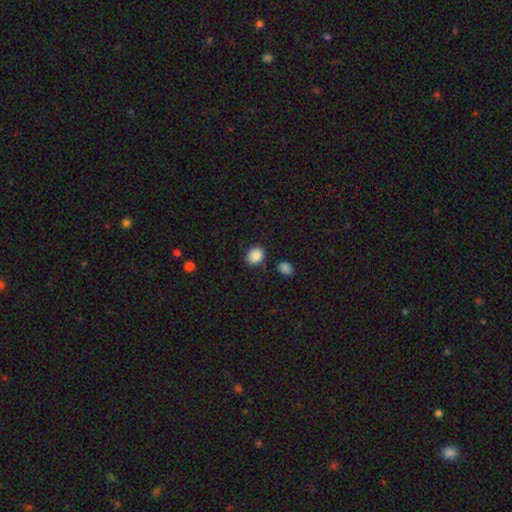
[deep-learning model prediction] smooth 88%, star or artifact 9%, featured or disk 3%. Down the decision tree: how rounded — round (63%); merging — none (81%).